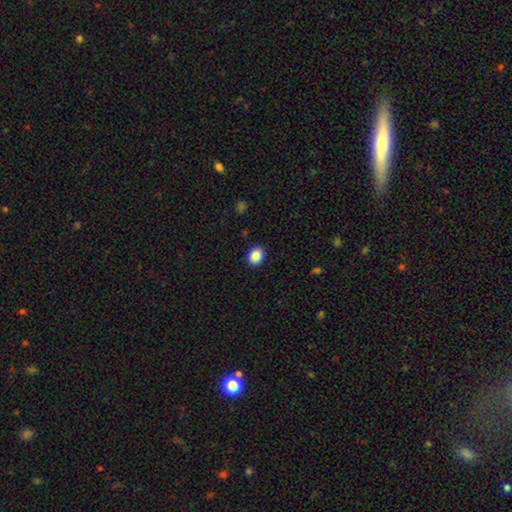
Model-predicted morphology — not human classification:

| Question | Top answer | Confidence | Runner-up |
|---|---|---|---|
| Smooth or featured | smooth | 88% | star or artifact (8%) |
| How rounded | in between | 67% | round (32%) |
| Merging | none | 90% | minor disturbance (7%) |